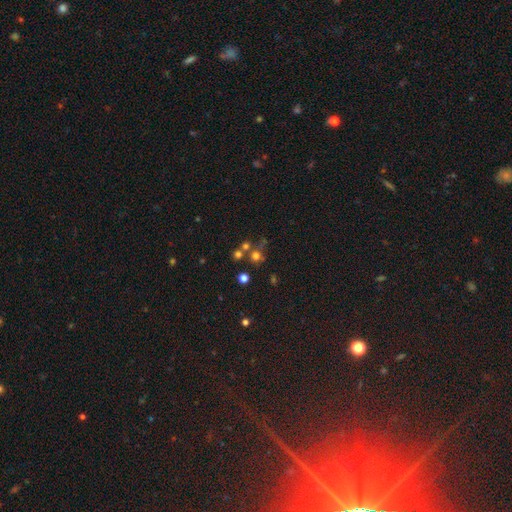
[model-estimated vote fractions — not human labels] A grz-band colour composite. It shows a smooth galaxy with no disk features (59%) that is round (89%). Merging: none (57%).